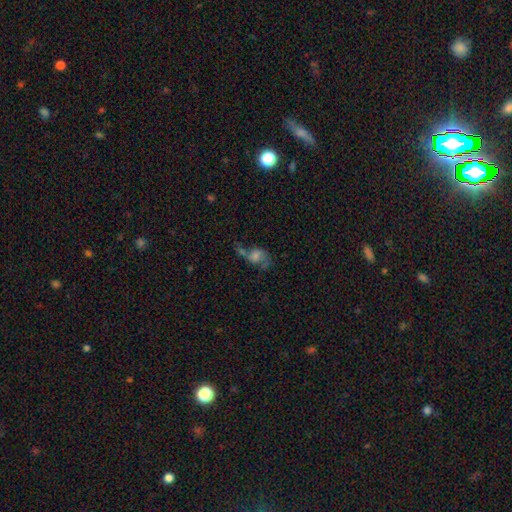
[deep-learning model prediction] This appears to be a featured or disk galaxy (42%). Merging: merger (36%).